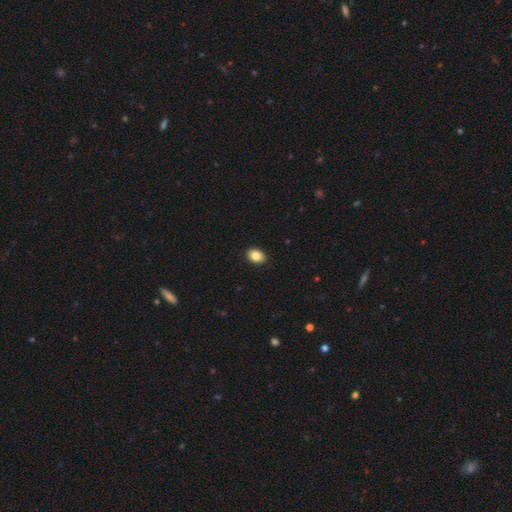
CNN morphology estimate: smooth 85%, star or artifact 8%, featured or disk 7%. Down the decision tree: how rounded — in between (74%); merging — none (91%).